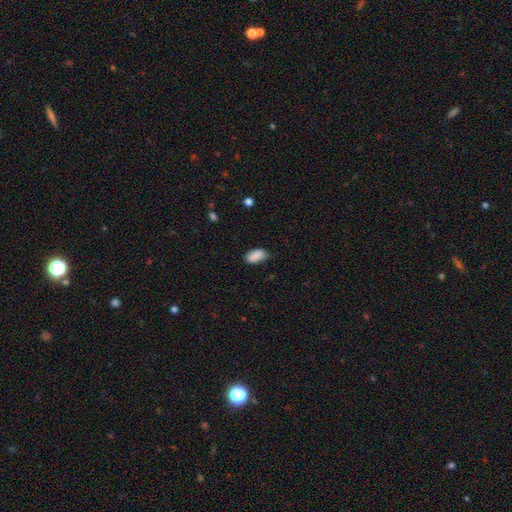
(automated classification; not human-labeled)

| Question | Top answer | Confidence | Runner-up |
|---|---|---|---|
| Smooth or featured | smooth | 89% | star or artifact (7%) |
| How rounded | in between | 94% | round (4%) |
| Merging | none | 73% | minor disturbance (22%) |